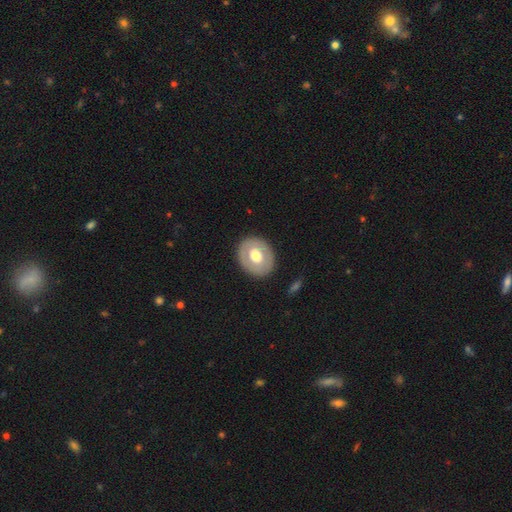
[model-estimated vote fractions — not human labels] A smooth galaxy with no disk features (53%) that is round (58%). Merging: none (87%).